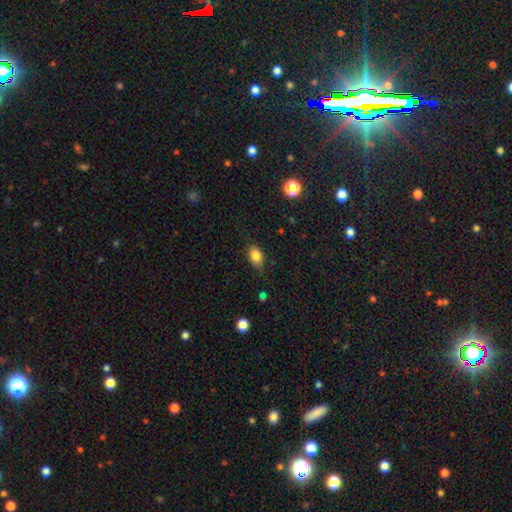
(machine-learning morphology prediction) smooth-or-featured: smooth: 83% | star or artifact: 9% | featured or disk: 8%
  how-rounded: in between: 85% | round: 12% | cigar-shaped: 3%
  merging: none: 78% | minor disturbance: 17% | major disturbance: 4% | merger: 1%